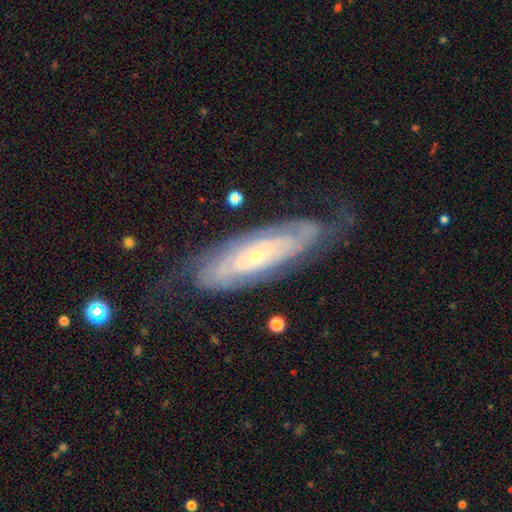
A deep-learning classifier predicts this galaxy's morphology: Smooth or featured?
  - featured or disk: 82% *
  - smooth: 12%
  - star or artifact: 6%
Edge-on disk?
  - no: 85% *
  - yes: 15%
Bar?
  - no: 72% *
  - weak: 19%
  - strong: 9%
Spiral arms?
  - yes: 91% *
  - no: 9%
Spiral winding?
  - tight: 74% *
  - medium: 20%
  - loose: 5%
Spiral arm count?
  - can't tell: 48% *
  - 2: 29%
  - 3: 8%
  - 4: 6%
  - more than 4: 4%
  - 1: 4%
Bulge size?
  - small: 79% *
  - moderate: 18%
  - none: 1%
  - large: 1%
  - dominant: 1%
Merging?
  - none: 71% *
  - minor disturbance: 19%
  - major disturbance: 9%
  - merger: 2%